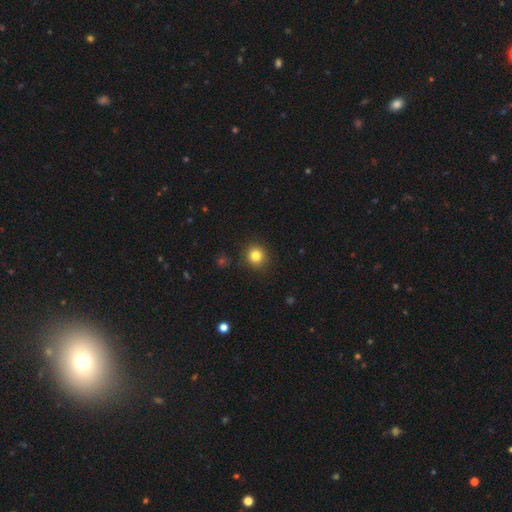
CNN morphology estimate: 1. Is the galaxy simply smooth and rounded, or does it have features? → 83% smooth, 12% star or artifact, 6% featured or disk.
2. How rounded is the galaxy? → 92% round, 7% in between, 1% cigar-shaped.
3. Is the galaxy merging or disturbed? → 90% none, 6% minor disturbance, 2% major disturbance, 1% merger.